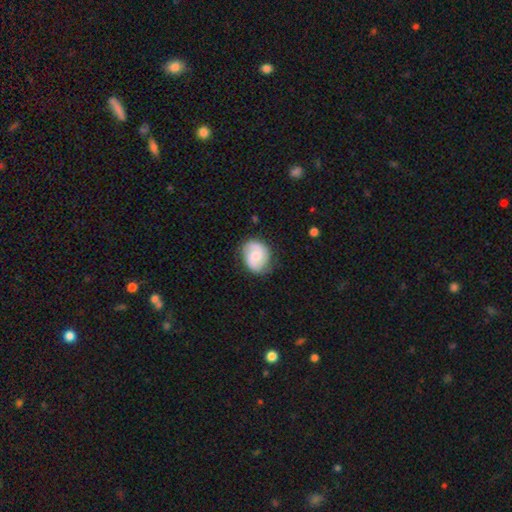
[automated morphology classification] This is likely a featured or disk galaxy (66%). It is clearly not viewed edge-on (98%). Bar: possibly no (57%). Spiral arm pattern: clearly yes (93%). Spiral arm count: clearly 2 (87%). Spiral winding: possibly medium (46%). Central bulge: possibly moderate (52%). Merging: likely none (79%).